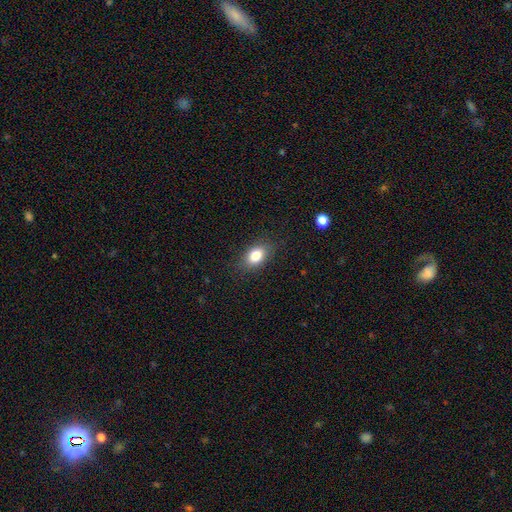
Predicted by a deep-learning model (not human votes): Smooth or featured: smooth — 82% (star or artifact — 9%)
How rounded: in between — 82% (round — 16%)
Merging: none — 83% (minor disturbance — 12%)